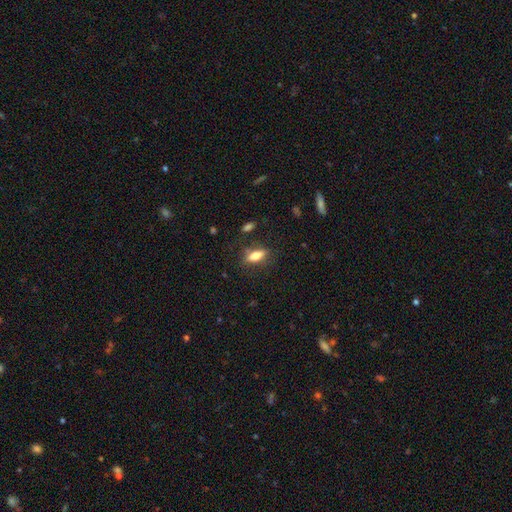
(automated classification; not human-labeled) Smooth or featured? Predicted: smooth (p=0.70). How rounded? Predicted: in between (p=0.69). Merging? Predicted: none (p=0.78).